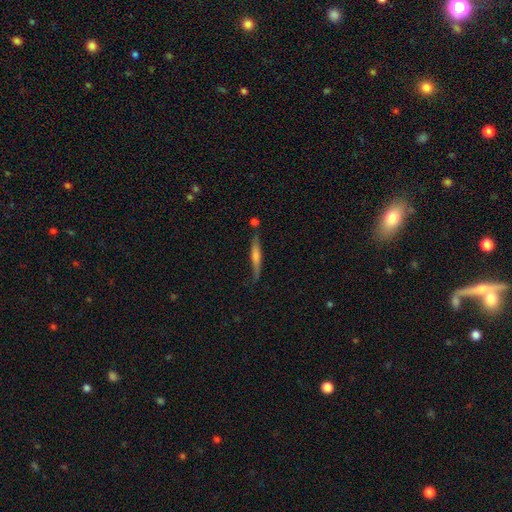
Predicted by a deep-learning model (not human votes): The model was most divided on "smooth or featured": featured or disk: 61%, smooth: 32%, star or artifact: 7%. More confident: edge-on disk — yes (95%); merging — none (77%); edge-on bulge — rounded (67%).